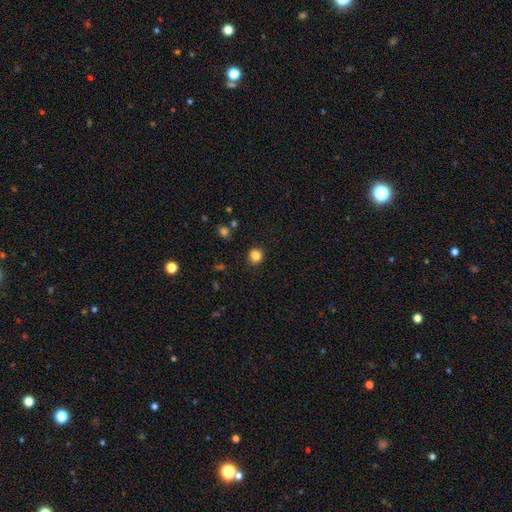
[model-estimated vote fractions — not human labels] Q: Smooth or featured?
A: smooth (83%); runner-up: star or artifact (12%)
Q: How rounded?
A: round (83%); runner-up: in between (16%)
Q: Merging?
A: none (88%); runner-up: minor disturbance (8%)